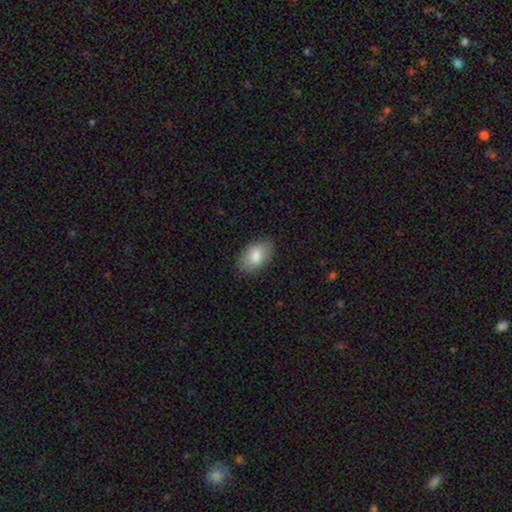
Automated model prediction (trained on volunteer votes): Smooth or featured?
  - smooth: 83% *
  - featured or disk: 11%
  - star or artifact: 7%
How rounded?
  - in between: 90% *
  - round: 9%
  - cigar-shaped: 1%
Merging?
  - none: 84% *
  - minor disturbance: 12%
  - major disturbance: 3%
  - merger: 1%